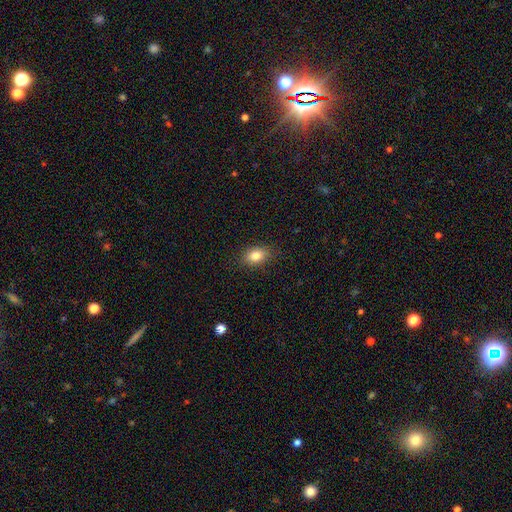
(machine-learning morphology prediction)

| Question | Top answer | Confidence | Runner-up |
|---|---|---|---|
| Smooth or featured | smooth | 83% | star or artifact (9%) |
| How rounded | in between | 82% | round (16%) |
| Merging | none | 86% | minor disturbance (10%) |